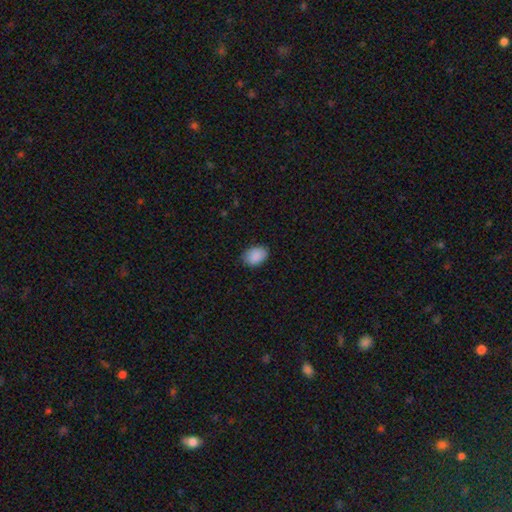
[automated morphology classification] This is clearly a smooth galaxy (89%). How rounded: likely in between (78%). Merging: clearly none (81%).